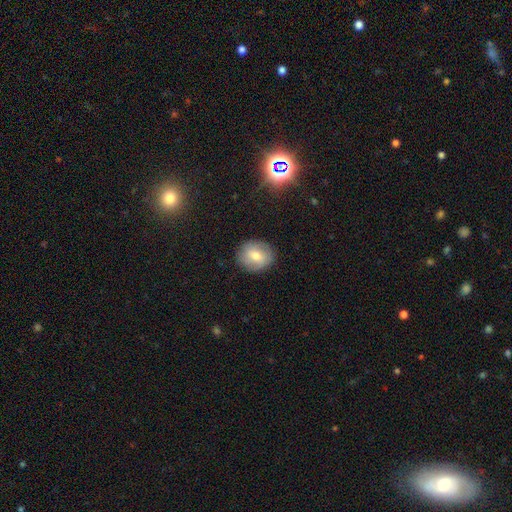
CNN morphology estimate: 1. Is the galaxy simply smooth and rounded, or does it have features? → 64% smooth, 27% featured or disk, 9% star or artifact.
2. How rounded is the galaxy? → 74% round, 25% in between, 1% cigar-shaped.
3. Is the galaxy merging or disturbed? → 86% none, 10% minor disturbance, 3% major disturbance, 1% merger.